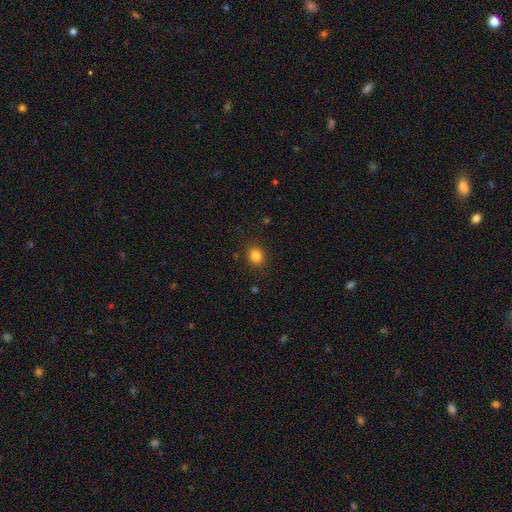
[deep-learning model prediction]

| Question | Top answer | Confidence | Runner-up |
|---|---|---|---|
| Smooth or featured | smooth | 84% | star or artifact (11%) |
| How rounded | round | 63% | in between (36%) |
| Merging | none | 88% | minor disturbance (8%) |